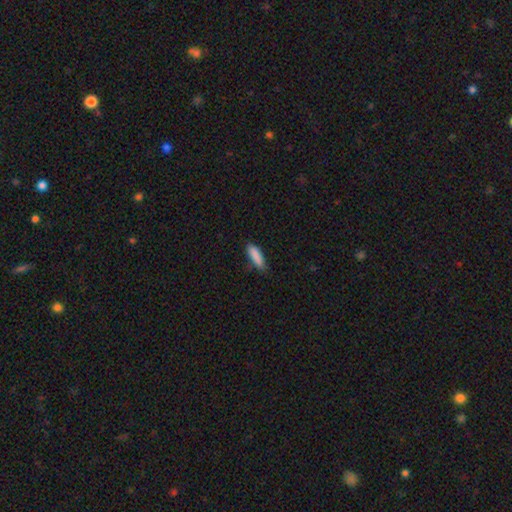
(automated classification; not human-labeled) Overall: smooth (88%). How rounded: cigar-shaped (53%; in between 45%). Merging: none (76%).